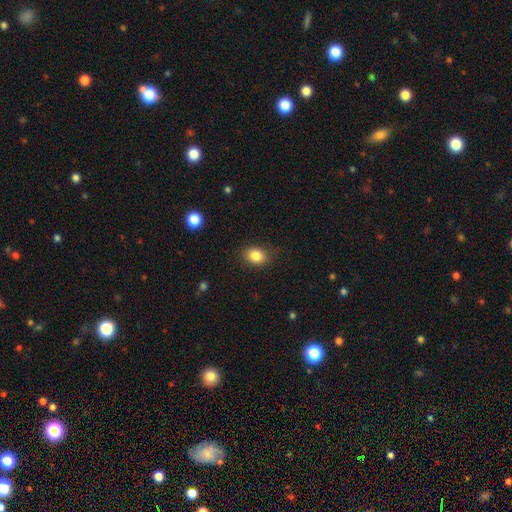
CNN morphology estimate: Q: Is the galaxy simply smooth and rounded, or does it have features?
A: smooth — 85%.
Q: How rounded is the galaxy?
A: in between — 61%.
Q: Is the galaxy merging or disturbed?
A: none — 84%.